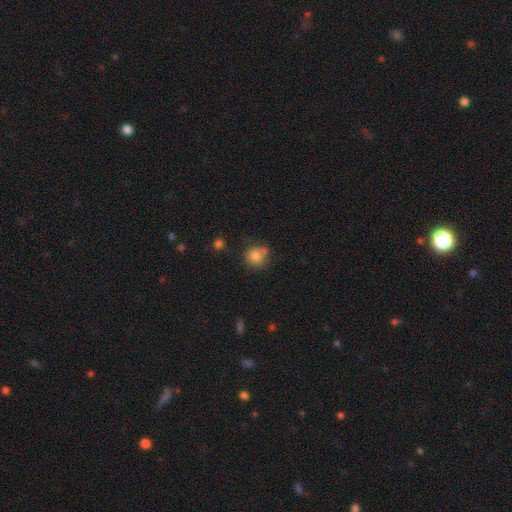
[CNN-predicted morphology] Smooth or featured?
  - smooth: 81% *
  - star or artifact: 11%
  - featured or disk: 8%
How rounded?
  - round: 87% *
  - in between: 12%
  - cigar-shaped: 1%
Merging?
  - none: 65% *
  - minor disturbance: 17%
  - merger: 13%
  - major disturbance: 5%